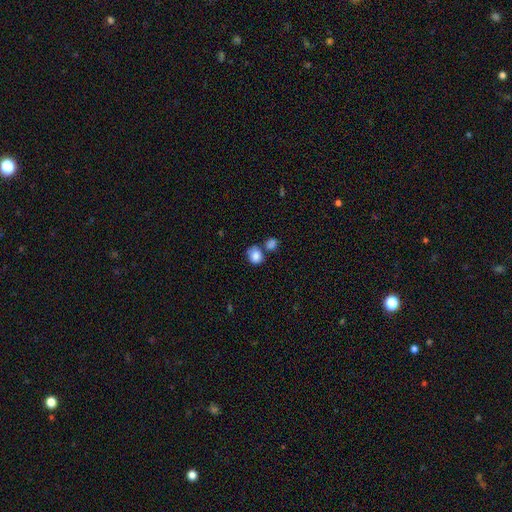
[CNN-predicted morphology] Smooth or featured: smooth — 84% (star or artifact — 9%)
How rounded: round — 60% (in between — 39%)
Merging: none — 48% (merger — 28%)